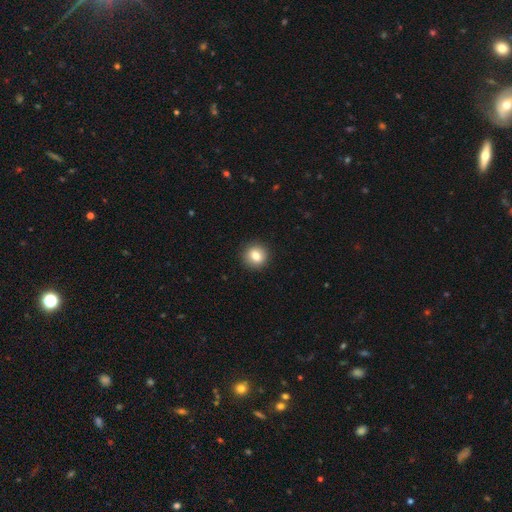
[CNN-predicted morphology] smooth 82%, star or artifact 9%, featured or disk 9%. Down the decision tree: how rounded — round (87%); merging — none (92%).